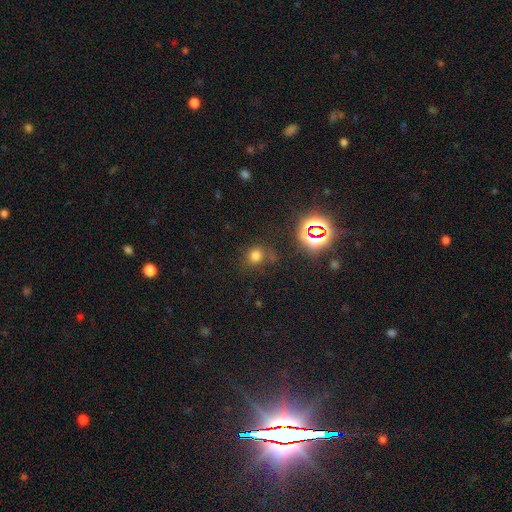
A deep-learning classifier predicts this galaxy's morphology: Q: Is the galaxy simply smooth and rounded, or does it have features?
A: smooth — 66%.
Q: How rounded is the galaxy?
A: round — 78%.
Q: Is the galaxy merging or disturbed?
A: none — 69%.